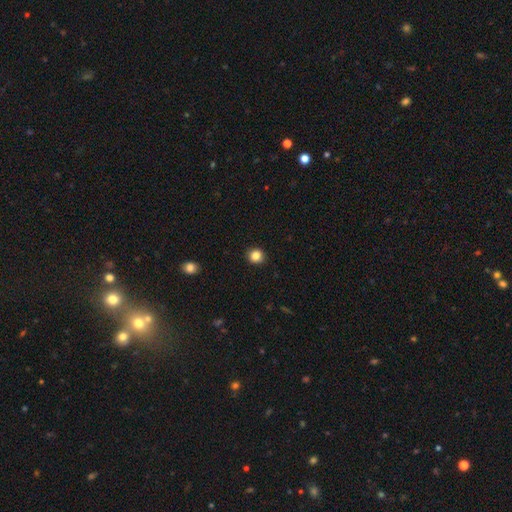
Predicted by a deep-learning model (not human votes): smooth-or-featured: smooth: 85% | star or artifact: 11% | featured or disk: 4%
  how-rounded: round: 85% | in between: 14% | cigar-shaped: 1%
  merging: none: 90% | minor disturbance: 7% | major disturbance: 2% | merger: 1%